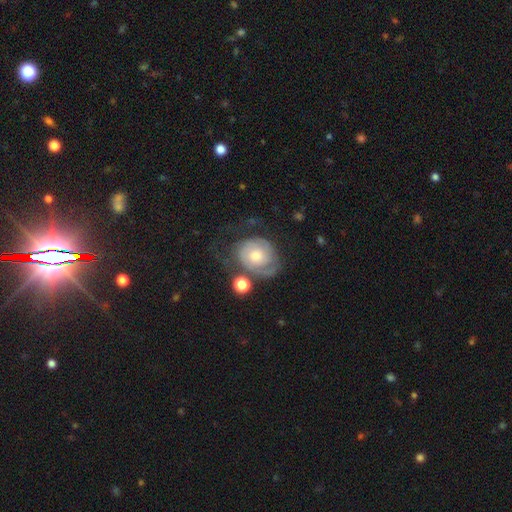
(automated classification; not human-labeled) smooth-or-featured: featured or disk: 65% | smooth: 28% | star or artifact: 7%
  disk-edge-on: no: 97% | yes: 3%
    bar: no: 80% | weak: 17% | strong: 3%
    has-spiral-arms: yes: 83% | no: 17%
      spiral-winding: tight: 59% | medium: 28% | loose: 13%
      spiral-arm-count: 2: 41% | can't tell: 30% | 1: 18% | 3: 6% | 4: 3% | more than 4: 2%
    bulge-size: moderate: 54% | small: 28% | large: 13% | none: 3% | dominant: 2%
  merging: none: 43% | major disturbance: 27% | minor disturbance: 22% | merger: 8%